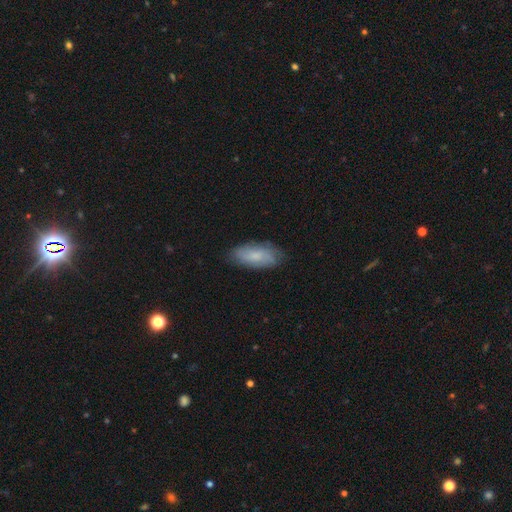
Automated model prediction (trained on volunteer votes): Smooth or featured?
  - smooth: 69% *
  - featured or disk: 24%
  - star or artifact: 7%
How rounded?
  - in between: 86% *
  - cigar-shaped: 11%
  - round: 2%
Merging?
  - none: 77% *
  - minor disturbance: 18%
  - major disturbance: 4%
  - merger: 1%